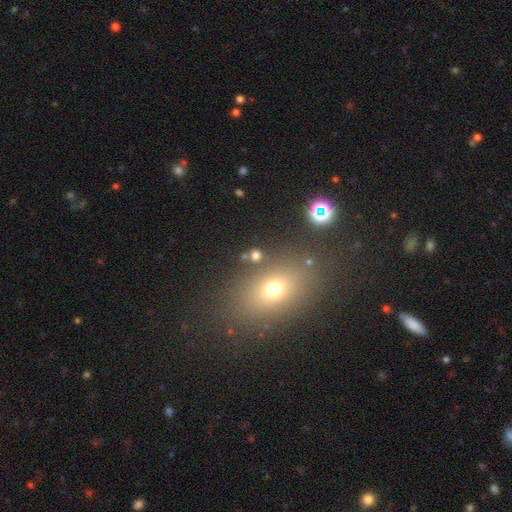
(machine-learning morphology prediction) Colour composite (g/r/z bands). It shows a smooth galaxy with no disk features (67%) that is round (53%). Merging: none (78%).